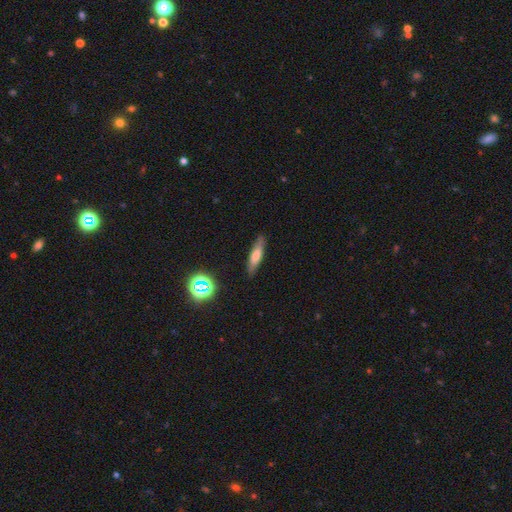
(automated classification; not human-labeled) Smooth or featured? Predicted: smooth (p=0.64). How rounded? Predicted: cigar-shaped (p=0.75). Merging? Predicted: none (p=0.85).